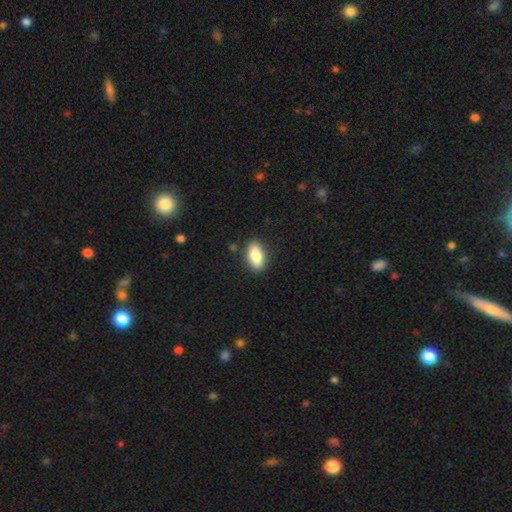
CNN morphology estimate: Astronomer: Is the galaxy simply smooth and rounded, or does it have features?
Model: smooth — 81%.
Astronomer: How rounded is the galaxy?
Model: in between — 88%.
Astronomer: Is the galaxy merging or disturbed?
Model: none — 87%.